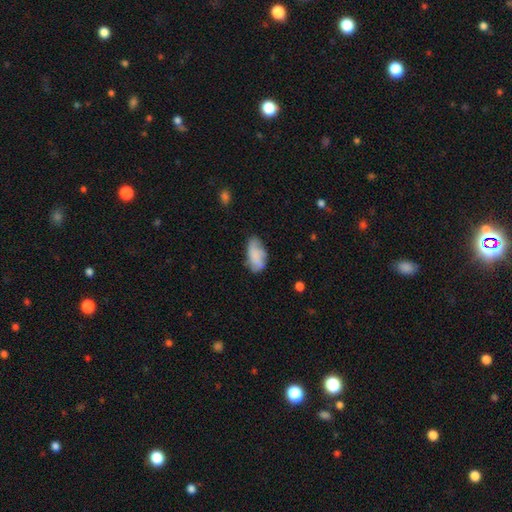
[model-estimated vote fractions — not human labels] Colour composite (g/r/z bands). It shows a smooth galaxy with no disk features (73%) that is in between round and cigar-shaped (93%). Merging: none (54%).